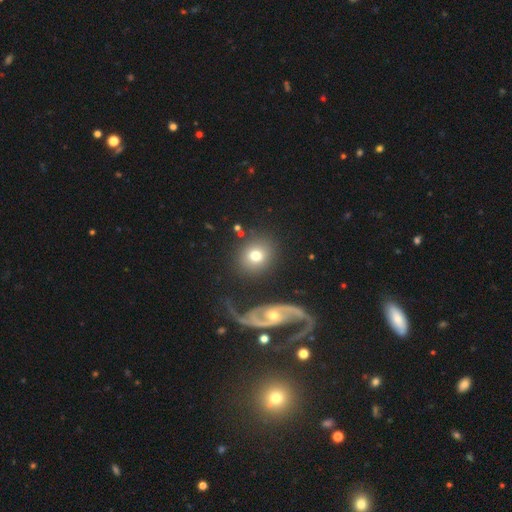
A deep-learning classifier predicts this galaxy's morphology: A smooth galaxy with no disk features (71%) that is round (75%).

Vote fractions:
- Smooth or featured? smooth: 71% / featured or disk: 19% / star or artifact: 10%
- How rounded? round: 75% / in between: 23% / cigar-shaped: 1%
- Merging? none: 77% / minor disturbance: 10% / merger: 8% / major disturbance: 5%